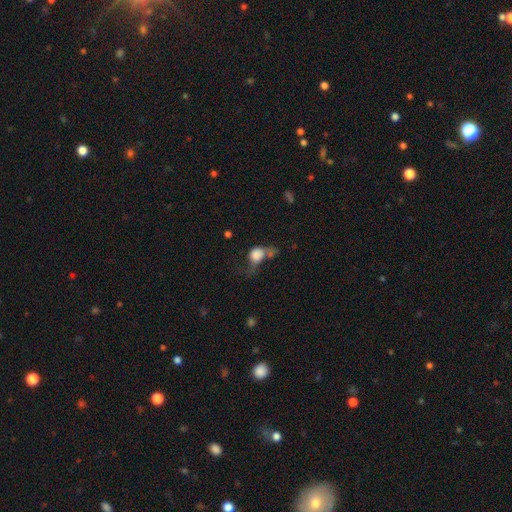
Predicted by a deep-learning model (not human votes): Smooth or featured? Predicted: smooth (p=0.69). How rounded? Predicted: round (p=0.57). Merging? Predicted: major disturbance (p=0.41).